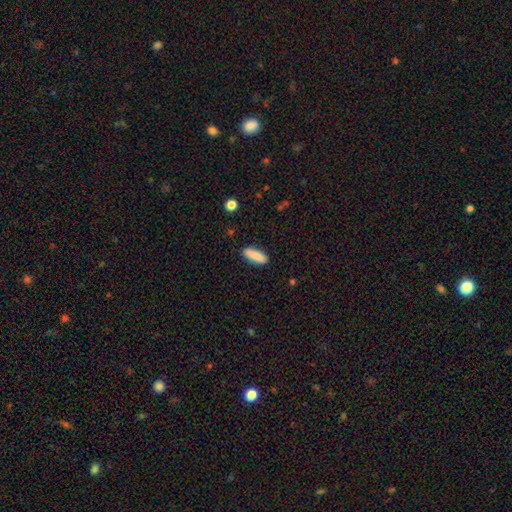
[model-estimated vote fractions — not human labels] The model was most divided on "how rounded": in between: 56%, cigar-shaped: 42%, round: 2%. More confident: smooth or featured — smooth (88%); merging — none (88%).